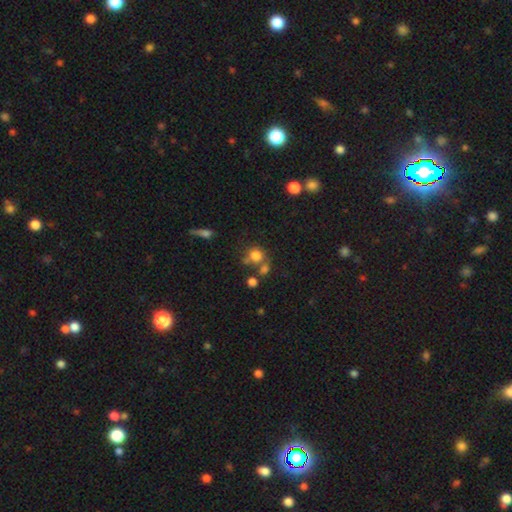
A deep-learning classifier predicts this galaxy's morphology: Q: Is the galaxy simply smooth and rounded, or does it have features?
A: smooth — 77%.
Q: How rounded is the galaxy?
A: round — 86%.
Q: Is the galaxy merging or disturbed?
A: none — 54%.